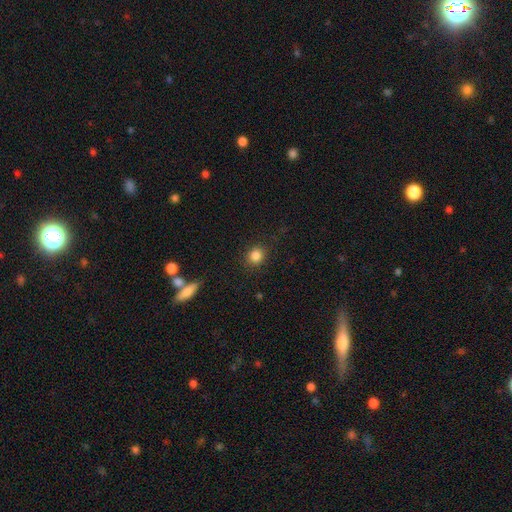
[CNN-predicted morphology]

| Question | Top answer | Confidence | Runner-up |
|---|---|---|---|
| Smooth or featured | smooth | 84% | star or artifact (11%) |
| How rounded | round | 84% | in between (15%) |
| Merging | none | 87% | minor disturbance (9%) |